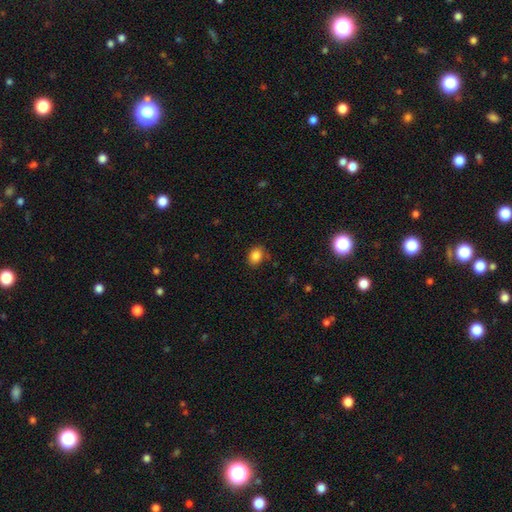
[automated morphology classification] smooth_or_featured: smooth (p=0.85) [alt: star or artifact p=0.10]
how_rounded: in between (p=0.67) [alt: round p=0.32]
merging: none (p=0.78) [alt: minor disturbance p=0.16]